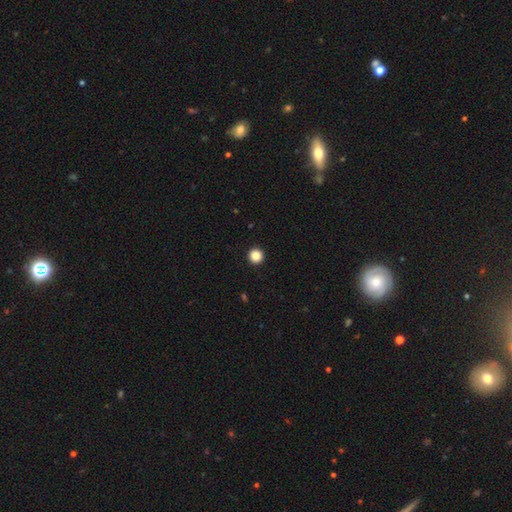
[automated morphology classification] Smooth or featured? smooth (87%)
How rounded? round (97%)
Merging? none (94%)